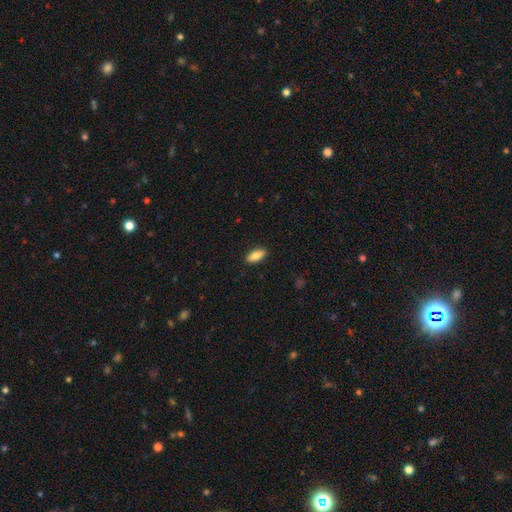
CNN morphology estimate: This is clearly a smooth galaxy (80%). How rounded: likely in between (78%). Merging: clearly none (89%).